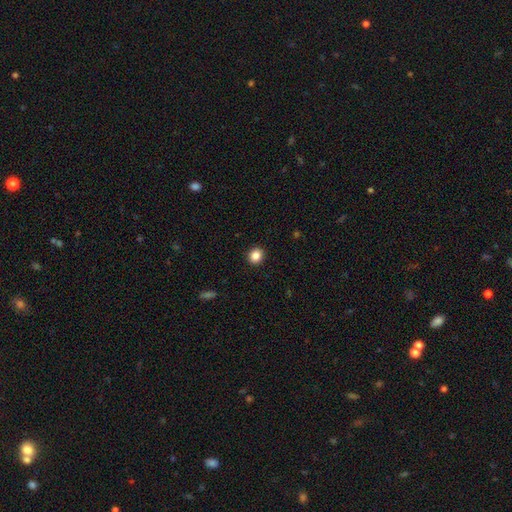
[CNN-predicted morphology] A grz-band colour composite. It shows a smooth galaxy with no disk features (86%) that is round (78%). Merging: none (92%).